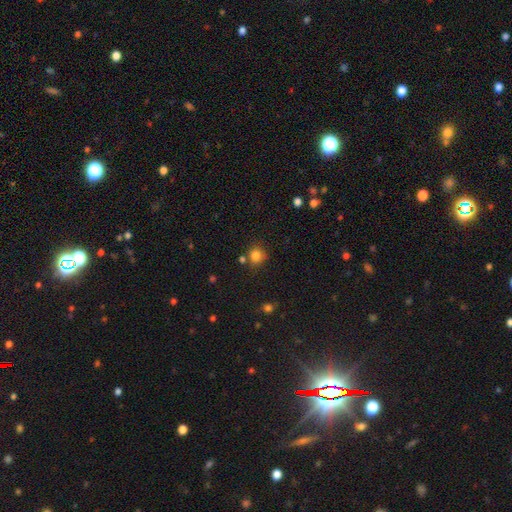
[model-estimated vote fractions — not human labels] smooth-or-featured: smooth: 82% | star or artifact: 12% | featured or disk: 6%
  how-rounded: round: 85% | in between: 14% | cigar-shaped: 1%
  merging: none: 74% | minor disturbance: 13% | merger: 9% | major disturbance: 4%